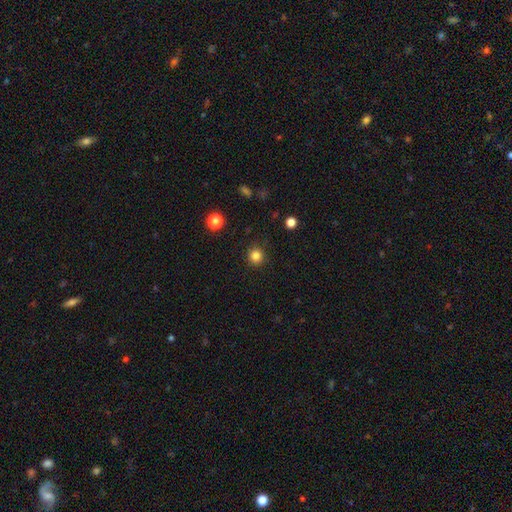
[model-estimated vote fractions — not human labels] The model was most divided on "smooth or featured": smooth: 83%, star or artifact: 13%, featured or disk: 4%. More confident: how rounded — round (93%); merging — none (90%).